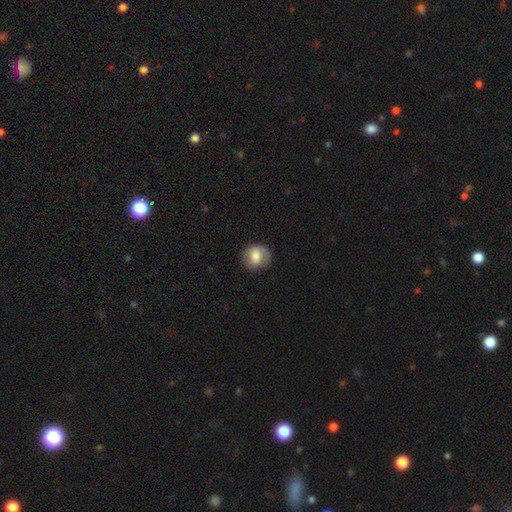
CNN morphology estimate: This is likely a smooth galaxy (65%). How rounded: likely round (75%). Merging: likely none (72%).